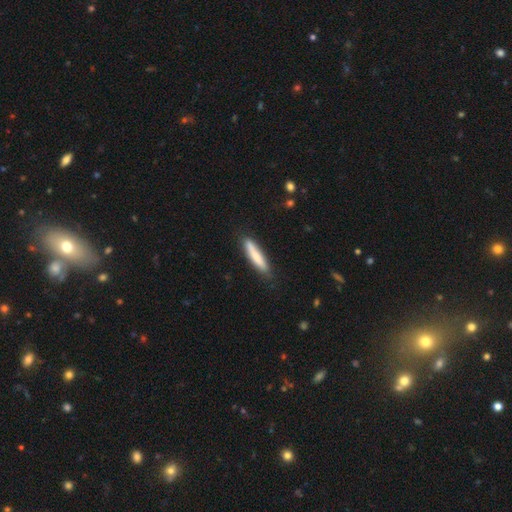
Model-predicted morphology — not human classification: smooth 73%, featured or disk 22%, star or artifact 5%. Down the decision tree: how rounded — cigar-shaped (87%); merging — none (83%).